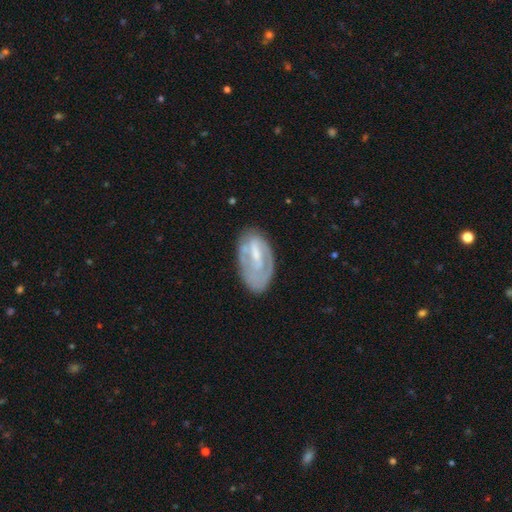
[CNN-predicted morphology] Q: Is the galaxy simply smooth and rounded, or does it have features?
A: featured or disk — 61%.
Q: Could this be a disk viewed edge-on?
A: no — 93%.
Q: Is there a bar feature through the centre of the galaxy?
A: weak — 43%.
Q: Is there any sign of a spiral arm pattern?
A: yes — 59%.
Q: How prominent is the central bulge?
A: small — 45%.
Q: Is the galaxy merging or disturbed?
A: none — 60%.